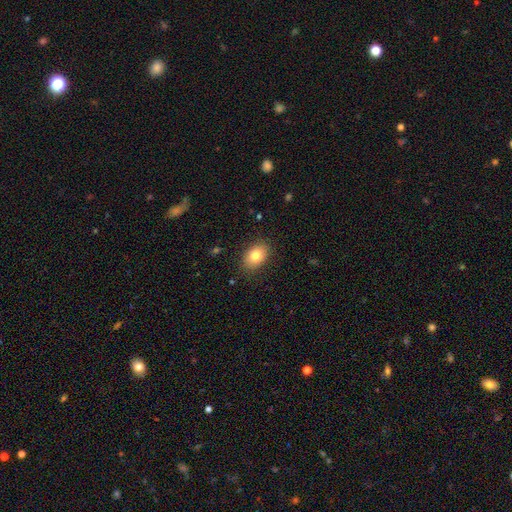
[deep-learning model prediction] Smooth or featured? smooth (81%)
How rounded? in between (79%)
Merging? none (86%)